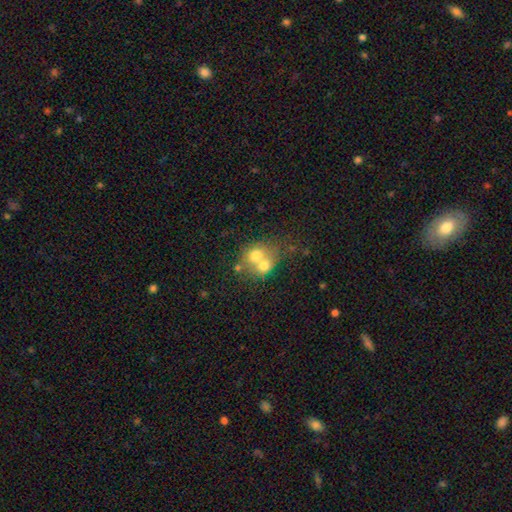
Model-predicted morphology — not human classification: Smooth or featured? smooth (65%)
How rounded? round (66%)
Merging? merger (67%)